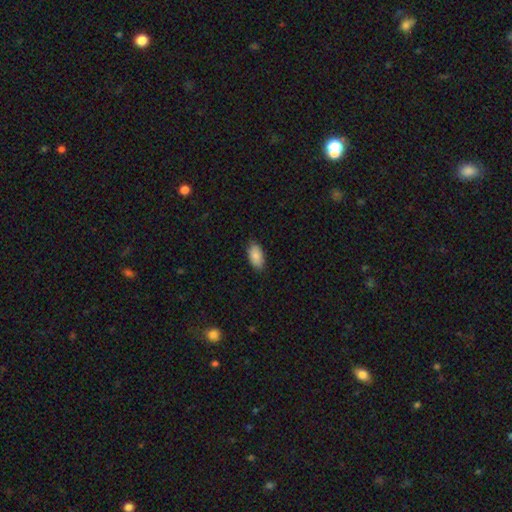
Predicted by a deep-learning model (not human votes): This is clearly a smooth galaxy (86%). How rounded: clearly in between (94%). Merging: clearly none (86%).